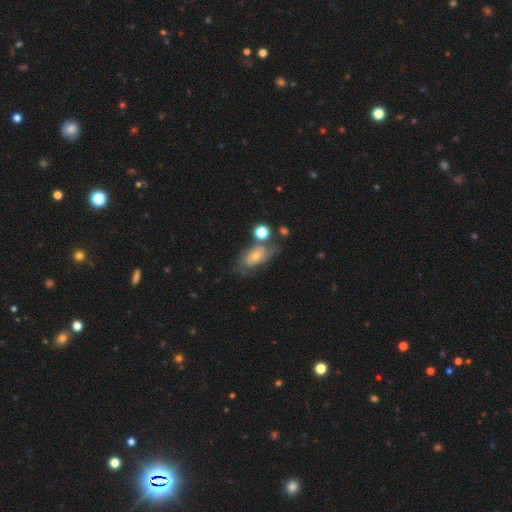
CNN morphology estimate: smooth_or_featured: featured or disk (p=0.46) [alt: smooth p=0.43]
merging: none (p=0.45) [alt: minor disturbance p=0.25]